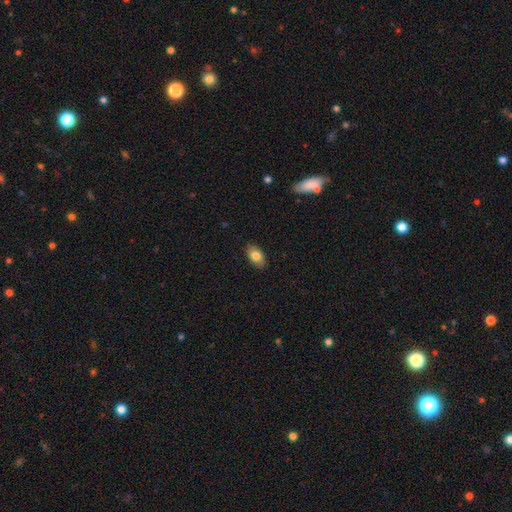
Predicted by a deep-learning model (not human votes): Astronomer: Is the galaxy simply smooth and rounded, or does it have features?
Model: smooth — 82%.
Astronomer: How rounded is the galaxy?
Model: in between — 92%.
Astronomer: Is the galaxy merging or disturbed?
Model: none — 88%.